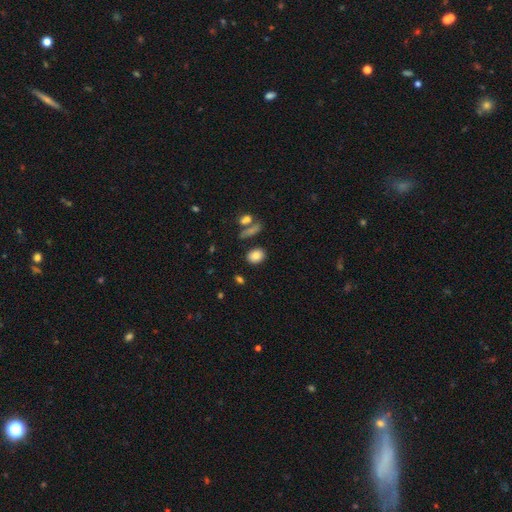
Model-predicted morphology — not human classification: Smooth or featured? Predicted: smooth (p=0.83). How rounded? Predicted: in between (p=0.64). Merging? Predicted: none (p=0.76).